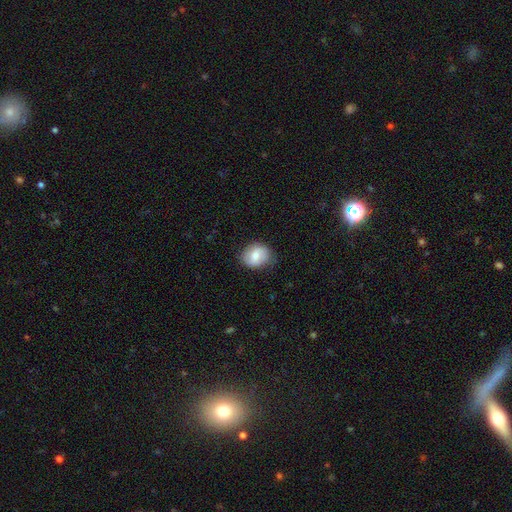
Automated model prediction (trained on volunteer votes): A smooth galaxy with no disk features (67%) that is round (54%). Merging: none (77%).